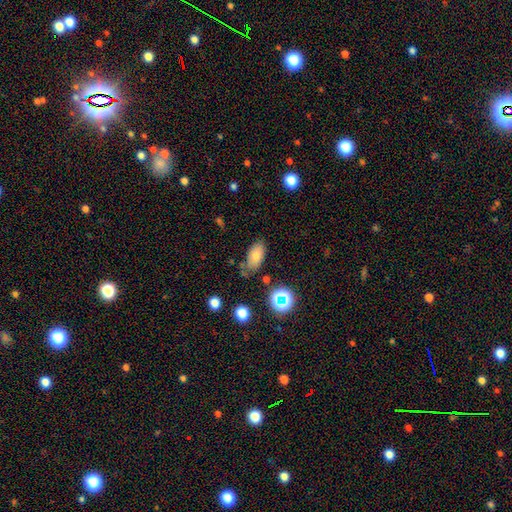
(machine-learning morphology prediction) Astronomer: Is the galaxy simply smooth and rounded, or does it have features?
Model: smooth — 74%.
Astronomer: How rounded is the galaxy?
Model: in between — 91%.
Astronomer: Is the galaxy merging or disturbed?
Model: none — 70%.